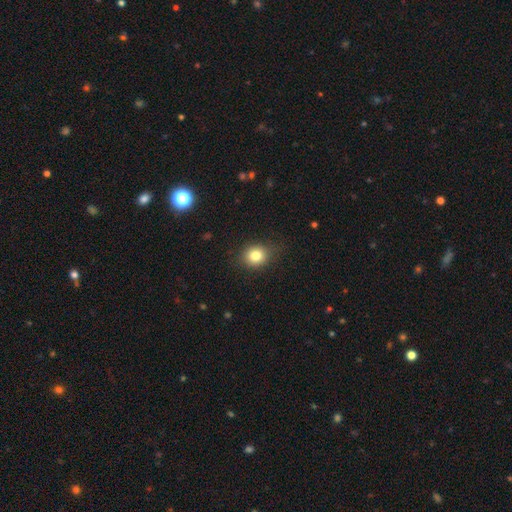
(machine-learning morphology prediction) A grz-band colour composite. It shows a smooth galaxy with no disk features (81%) that is round (73%). Merging: none (80%).